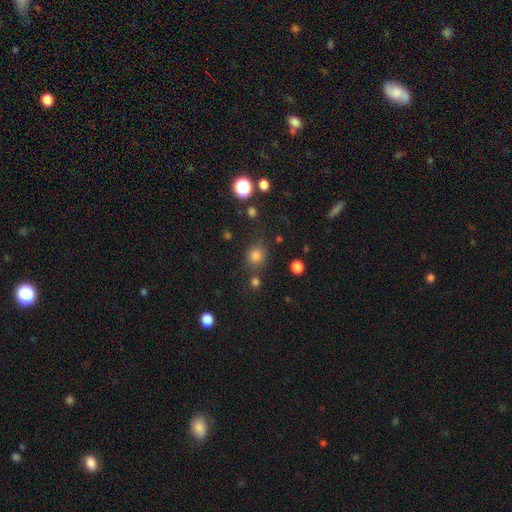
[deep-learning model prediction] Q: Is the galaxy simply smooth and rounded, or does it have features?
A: smooth — 78%.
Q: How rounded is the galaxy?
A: round — 82%.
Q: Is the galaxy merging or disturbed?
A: none — 76%.